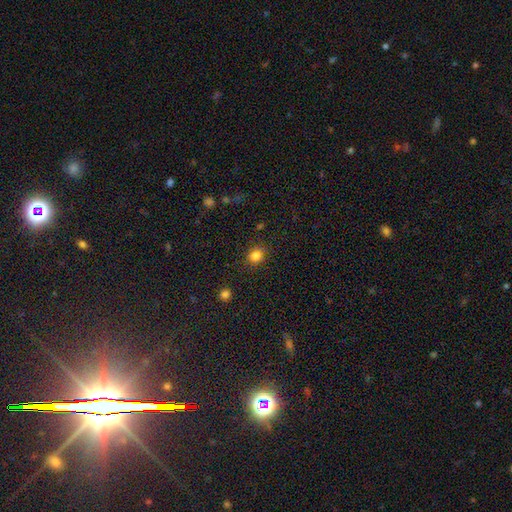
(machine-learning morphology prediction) Smooth or featured? smooth (83%)
How rounded? round (69%)
Merging? none (86%)